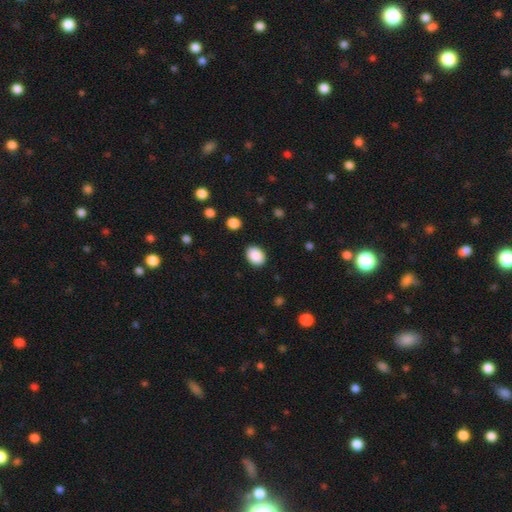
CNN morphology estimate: Smooth or featured? smooth (89%)
How rounded? in between (69%)
Merging? none (89%)